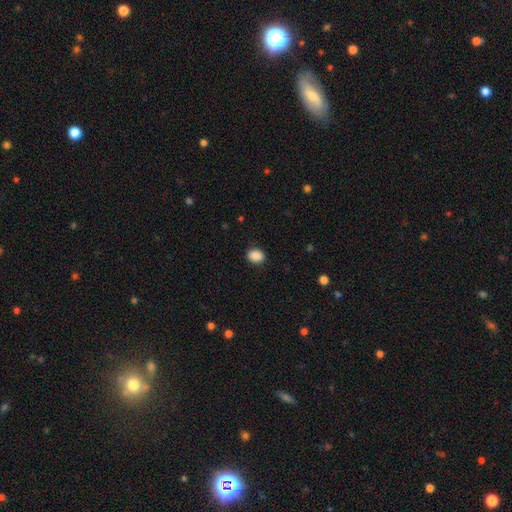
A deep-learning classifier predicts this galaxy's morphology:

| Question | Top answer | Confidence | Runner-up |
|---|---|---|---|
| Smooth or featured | smooth | 89% | star or artifact (8%) |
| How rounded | in between | 55% | round (44%) |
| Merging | none | 87% | minor disturbance (9%) |